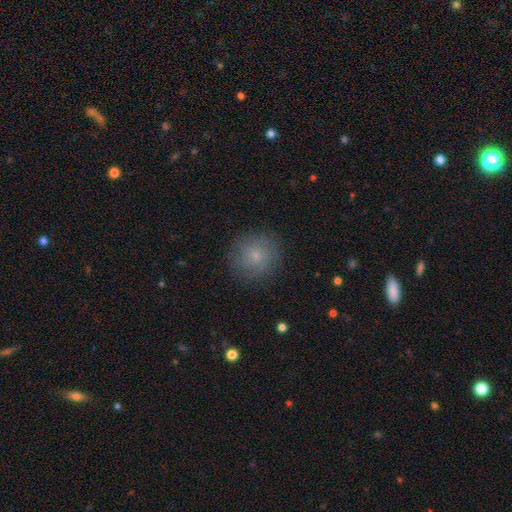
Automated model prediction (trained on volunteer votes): Smooth or featured: smooth — 65% (featured or disk — 24%)
How rounded: round — 92% (in between — 7%)
Merging: none — 83% (minor disturbance — 12%)